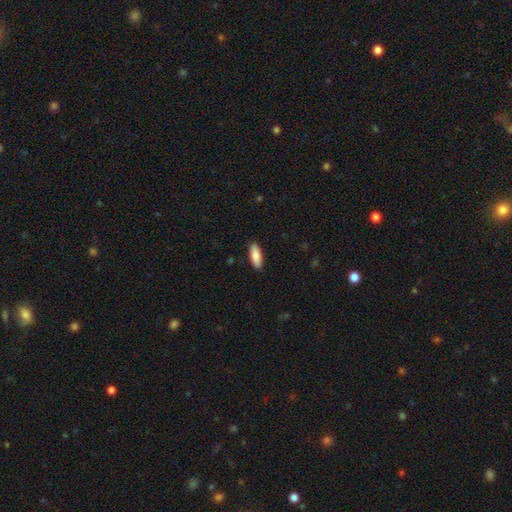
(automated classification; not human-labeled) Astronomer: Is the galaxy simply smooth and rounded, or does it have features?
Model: smooth — 86%.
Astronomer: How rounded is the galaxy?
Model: in between — 68%.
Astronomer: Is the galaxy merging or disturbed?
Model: none — 89%.